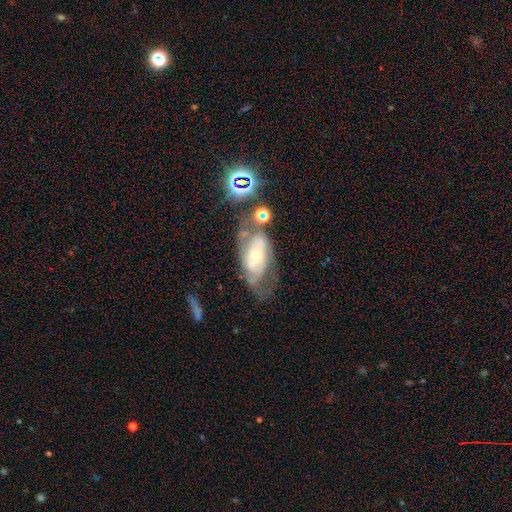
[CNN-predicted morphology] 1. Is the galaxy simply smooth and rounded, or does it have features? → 72% featured or disk, 18% smooth, 10% star or artifact.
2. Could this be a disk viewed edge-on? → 92% no, 8% yes.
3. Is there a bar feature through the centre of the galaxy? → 58% no, 28% weak, 14% strong.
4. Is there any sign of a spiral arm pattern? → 80% yes, 20% no.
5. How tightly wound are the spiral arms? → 42% tight, 41% medium, 17% loose.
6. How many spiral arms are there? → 50% 2, 34% can't tell, 7% 3, 4% 1, 3% 4, 2% more than 4.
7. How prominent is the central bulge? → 60% small, 33% moderate, 3% large, 2% none, 1% dominant.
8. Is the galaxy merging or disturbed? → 45% none, 22% major disturbance, 22% minor disturbance, 10% merger.